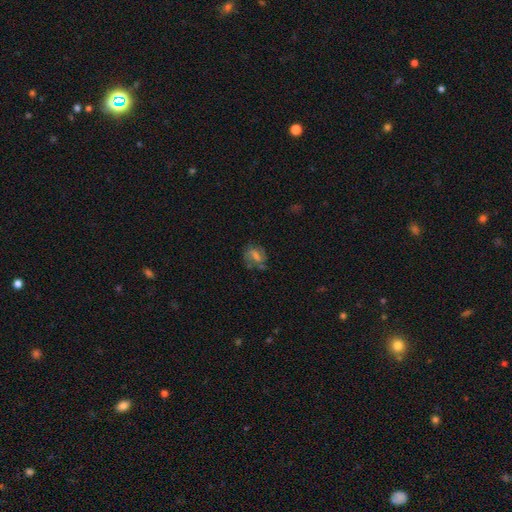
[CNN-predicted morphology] Smooth or featured? featured or disk (48%)
Merging? none (61%)